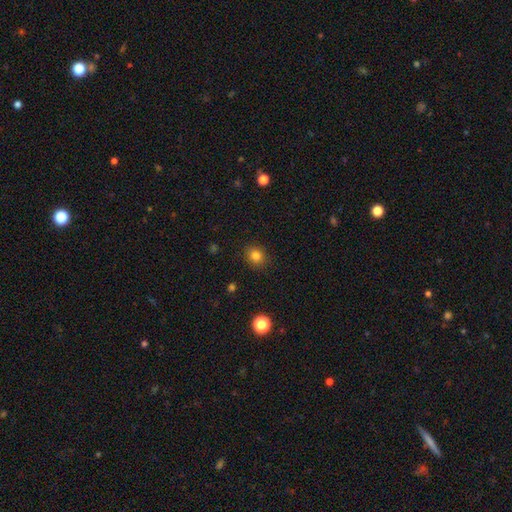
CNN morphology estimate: Q: Smooth or featured?
A: smooth (82%); runner-up: star or artifact (13%)
Q: How rounded?
A: round (77%); runner-up: in between (22%)
Q: Merging?
A: none (89%); runner-up: minor disturbance (8%)